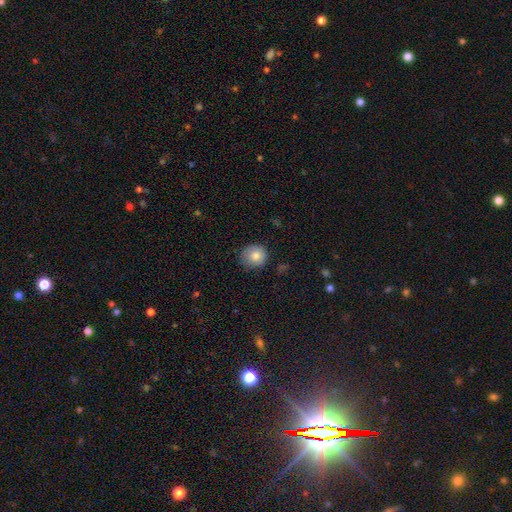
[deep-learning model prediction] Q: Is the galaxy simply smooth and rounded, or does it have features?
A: smooth — 82%.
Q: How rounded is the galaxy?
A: round — 89%.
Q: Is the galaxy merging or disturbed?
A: none — 80%.